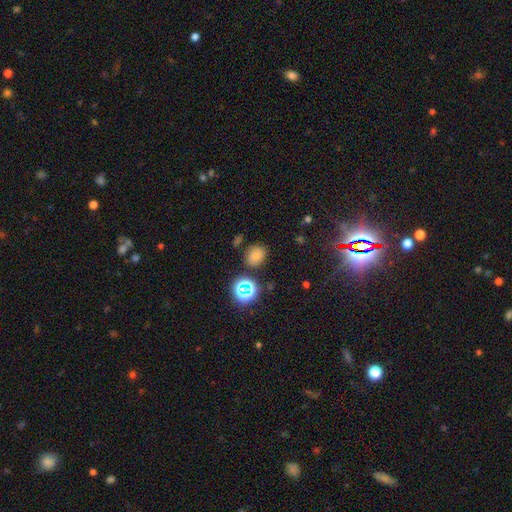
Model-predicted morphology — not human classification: Smooth or featured: smooth — 70% (star or artifact — 22%)
How rounded: round — 58% (in between — 41%)
Merging: none — 76% (minor disturbance — 14%)